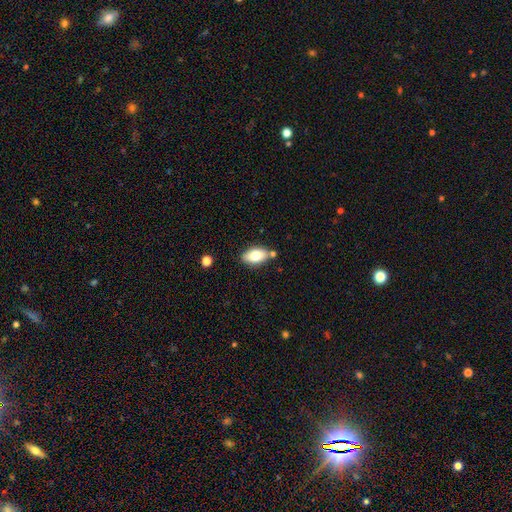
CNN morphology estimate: A smooth galaxy with no disk features (76%) that is in between round and cigar-shaped (91%).

Vote fractions:
- Smooth or featured? smooth: 76% / featured or disk: 17% / star or artifact: 8%
- How rounded? in between: 91% / round: 6% / cigar-shaped: 3%
- Merging? none: 76% / minor disturbance: 14% / merger: 8% / major disturbance: 3%